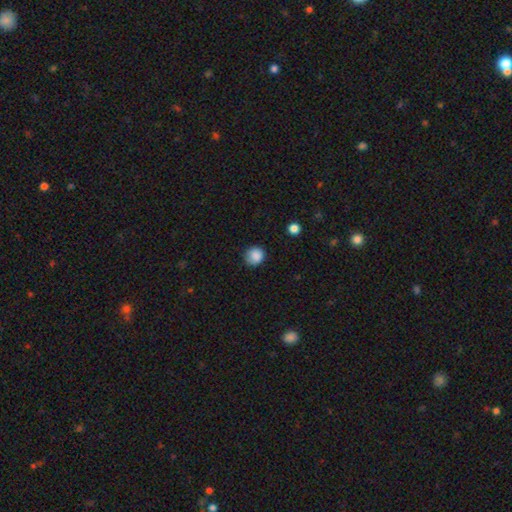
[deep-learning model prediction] Overall: smooth (87%). How rounded: round (87%). Merging: none (81%).